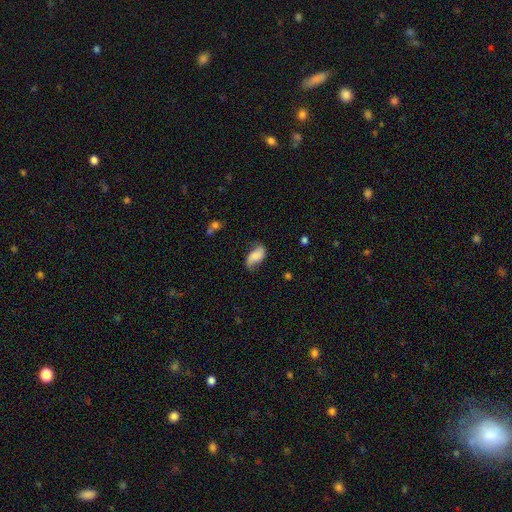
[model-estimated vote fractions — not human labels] A smooth galaxy with no disk features (58%) that is in between round and cigar-shaped (92%).

Vote fractions:
- Smooth or featured? smooth: 58% / featured or disk: 34% / star or artifact: 8%
- How rounded? in between: 92% / cigar-shaped: 4% / round: 4%
- Merging? none: 60% / minor disturbance: 28% / major disturbance: 10% / merger: 2%